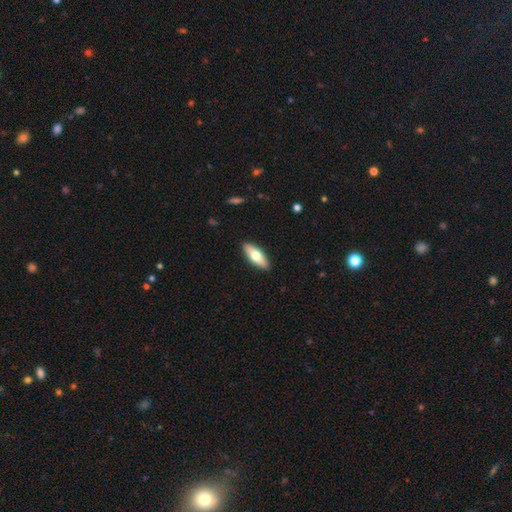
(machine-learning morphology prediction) smooth-or-featured: smooth: 65% | featured or disk: 30% | star or artifact: 5%
  how-rounded: in between: 68% | cigar-shaped: 30% | round: 2%
  merging: none: 90% | minor disturbance: 7% | major disturbance: 2% | merger: 1%